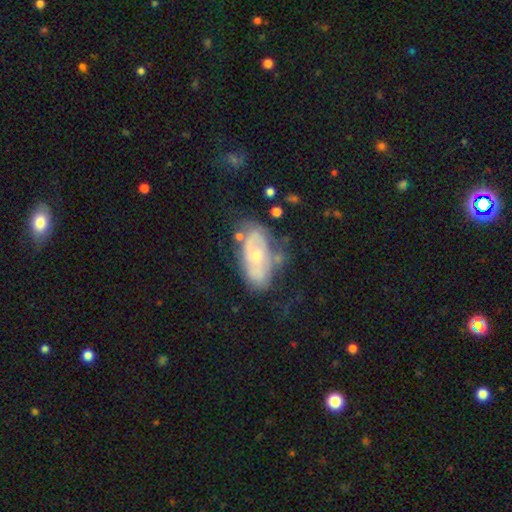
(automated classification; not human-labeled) Morphology: type=featured or disk (62%); edge-on=no (90%); bar=no (79%); spiral arms=yes (58%); bulge=small (53%); merging=none (53%).